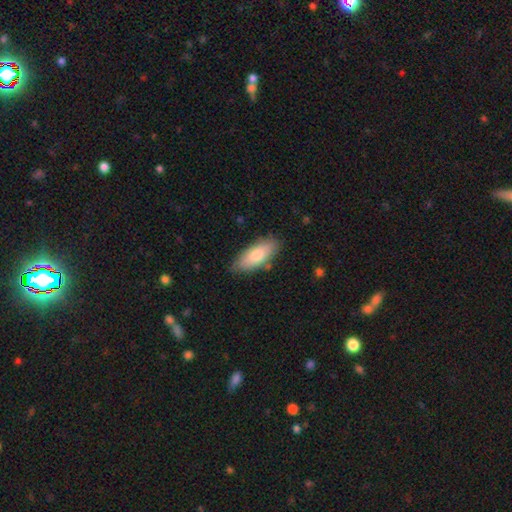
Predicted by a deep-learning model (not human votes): smooth_or_featured: smooth (p=0.76) [alt: featured or disk p=0.18]
how_rounded: in between (p=0.76) [alt: cigar-shaped p=0.22]
merging: none (p=0.84) [alt: minor disturbance p=0.12]